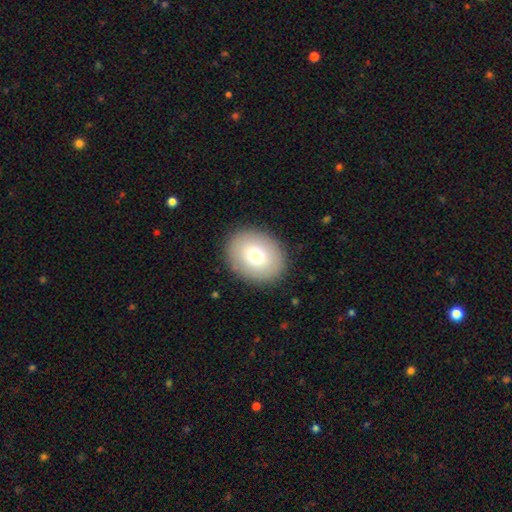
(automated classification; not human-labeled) Q: Smooth or featured?
A: smooth (75%); runner-up: featured or disk (16%)
Q: How rounded?
A: round (51%); runner-up: in between (48%)
Q: Merging?
A: none (89%); runner-up: minor disturbance (7%)